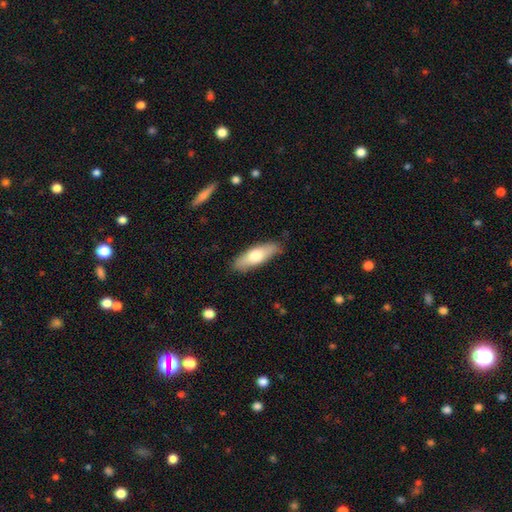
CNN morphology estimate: smooth_or_featured: smooth (p=0.66) [alt: featured or disk p=0.29]
how_rounded: in between (p=0.56) [alt: cigar-shaped p=0.42]
merging: none (p=0.85) [alt: minor disturbance p=0.12]